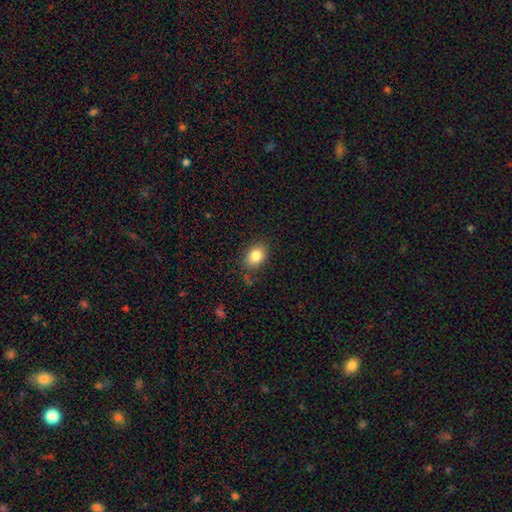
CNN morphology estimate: The model was most divided on "how rounded": in between: 68%, round: 31%, cigar-shaped: 1%. More confident: smooth or featured — smooth (84%); merging — none (77%).